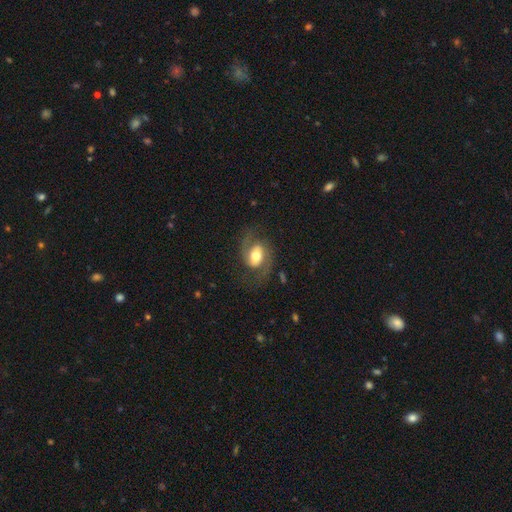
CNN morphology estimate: Overall: featured or disk (74%). Edge-on disk: no (97%). Bar: no (40%, tied with weak). Spiral arms: yes (91%). Spiral arm count: 2 (90%). Spiral winding: medium (51%; loose 34%). Bulge size: moderate (61%; large 26%). Merging: none (69%).